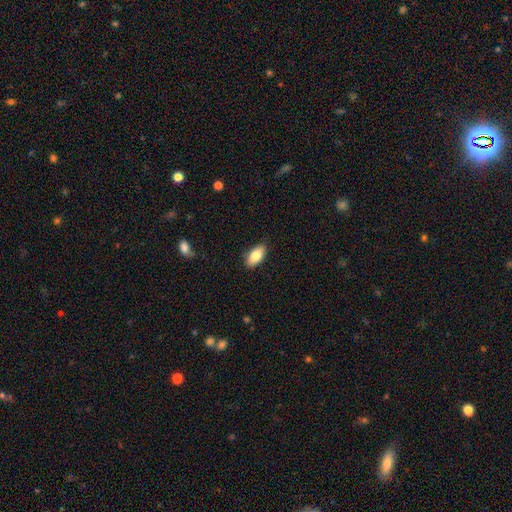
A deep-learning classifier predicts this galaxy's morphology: Smooth or featured?
  - smooth: 81% *
  - featured or disk: 12%
  - star or artifact: 7%
How rounded?
  - in between: 91% *
  - cigar-shaped: 6%
  - round: 3%
Merging?
  - none: 87% *
  - minor disturbance: 10%
  - major disturbance: 2%
  - merger: 1%